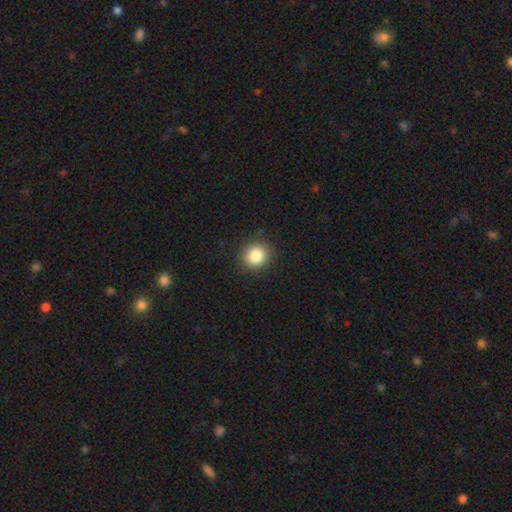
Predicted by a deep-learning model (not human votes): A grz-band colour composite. It shows a smooth galaxy with no disk features (85%) that is round (87%). Merging: none (90%).